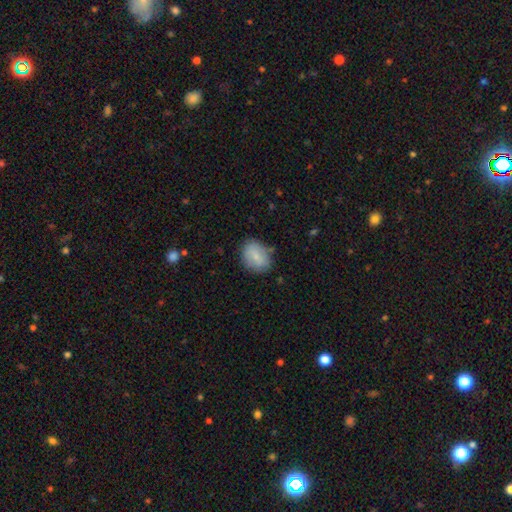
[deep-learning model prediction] The model was most divided on "how rounded": in between: 67%, round: 32%, cigar-shaped: 1%. More confident: smooth or featured — smooth (79%); merging — none (78%).